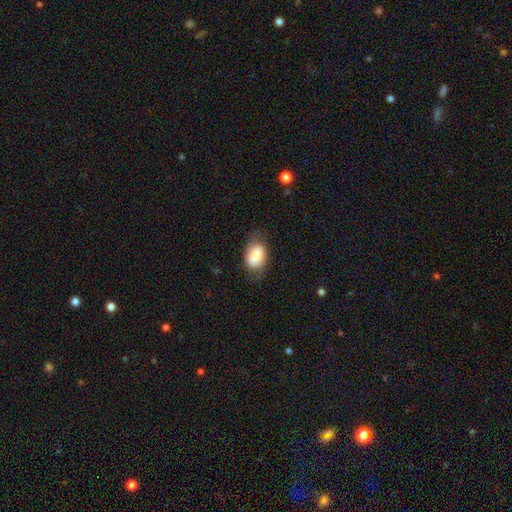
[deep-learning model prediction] Smooth or featured: smooth — 81% (featured or disk — 12%)
How rounded: in between — 88% (round — 10%)
Merging: none — 61% (minor disturbance — 28%)